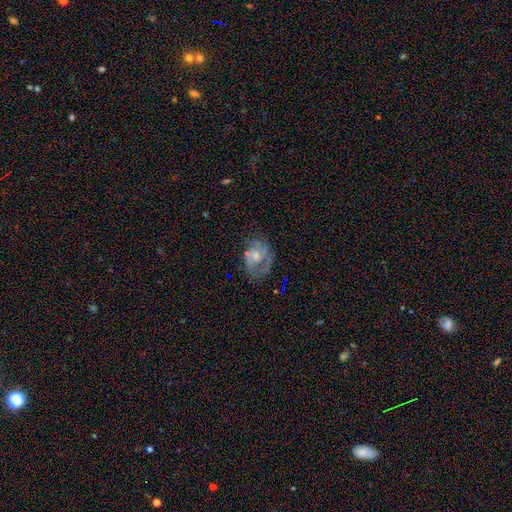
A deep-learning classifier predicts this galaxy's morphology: Smooth or featured? Predicted: featured or disk (p=0.64). Edge-on disk? Predicted: no (p=0.97). Bar? Predicted: no (p=0.71). Spiral arms? Predicted: yes (p=0.72). Bulge size? Predicted: moderate (p=0.44). Merging? Predicted: none (p=0.58).